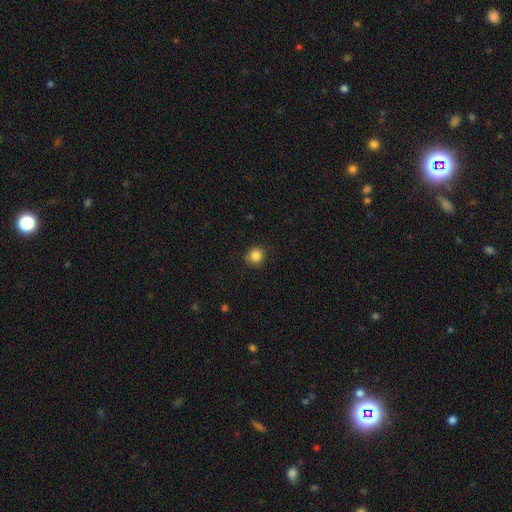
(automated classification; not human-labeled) Smooth or featured?
  - smooth: 85% *
  - star or artifact: 10%
  - featured or disk: 4%
How rounded?
  - round: 88% *
  - in between: 11%
  - cigar-shaped: 1%
Merging?
  - none: 88% *
  - minor disturbance: 8%
  - major disturbance: 2%
  - merger: 1%